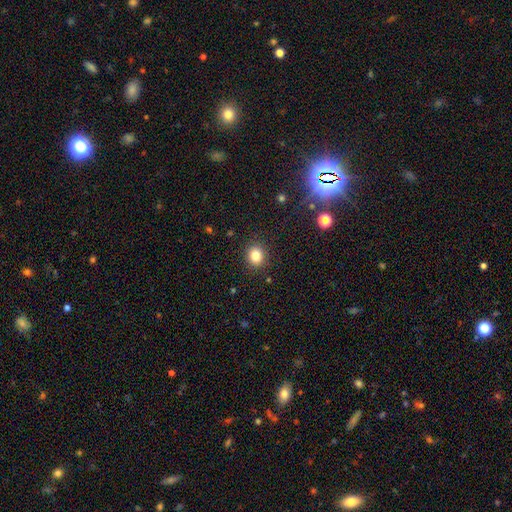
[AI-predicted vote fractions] The model was most divided on "how rounded": round: 75%, in between: 24%, cigar-shaped: 1%. More confident: merging — none (90%); smooth or featured — smooth (83%).